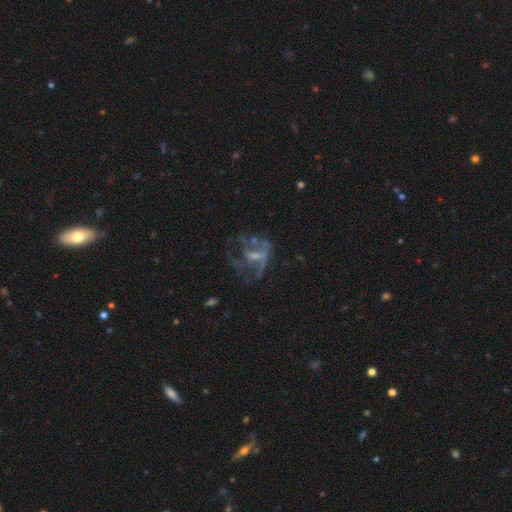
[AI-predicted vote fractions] Smooth or featured? featured or disk (66%)
Edge-on disk? no (96%)
Bar? no (58%)
Spiral arms? no (55%)
Bulge size? small (43%)
Merging? none (40%)